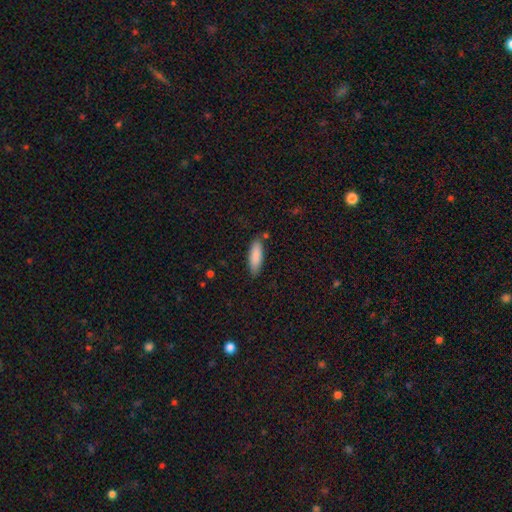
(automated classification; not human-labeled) Smooth or featured: smooth — 87% (featured or disk — 7%)
How rounded: in between — 53% (cigar-shaped — 45%)
Merging: none — 82% (minor disturbance — 12%)